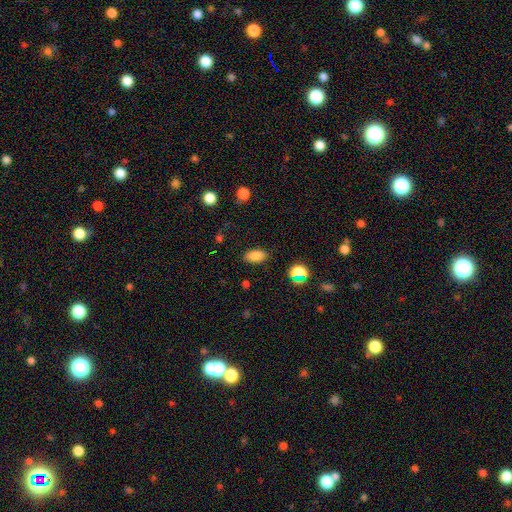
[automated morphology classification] Smooth or featured? smooth (83%)
How rounded? in between (89%)
Merging? none (85%)